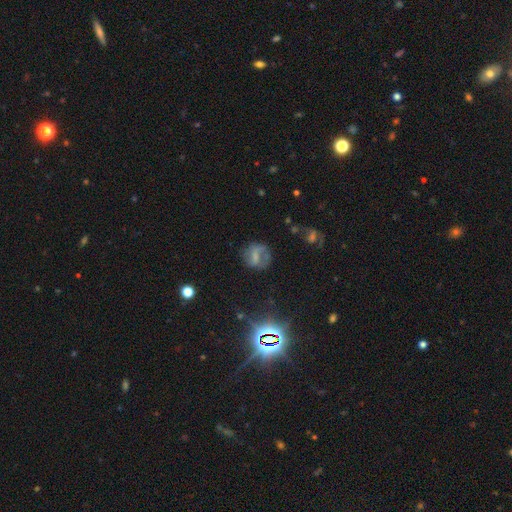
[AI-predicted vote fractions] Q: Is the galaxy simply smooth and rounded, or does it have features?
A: featured or disk — 46%.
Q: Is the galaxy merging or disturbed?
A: none — 62%.